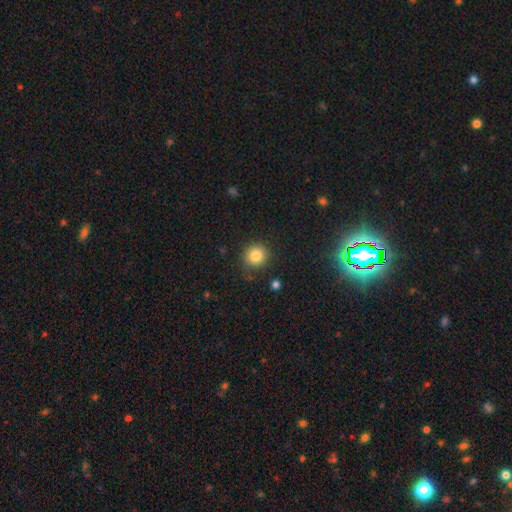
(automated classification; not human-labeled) Smooth or featured?
  - smooth: 83% *
  - star or artifact: 11%
  - featured or disk: 6%
How rounded?
  - round: 89% *
  - in between: 11%
  - cigar-shaped: 1%
Merging?
  - none: 85% *
  - minor disturbance: 10%
  - major disturbance: 3%
  - merger: 2%